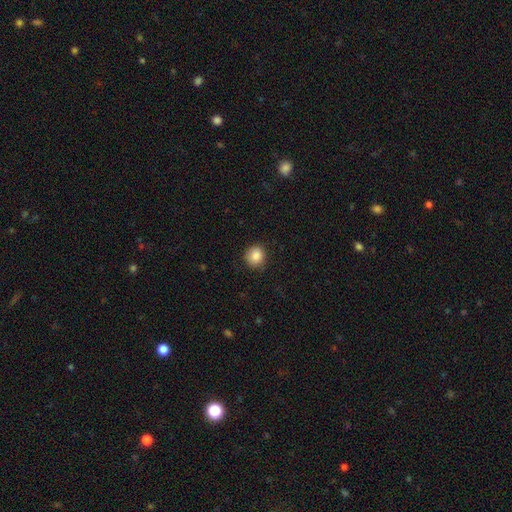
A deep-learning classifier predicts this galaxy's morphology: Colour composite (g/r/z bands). It shows a smooth galaxy with no disk features (87%) that is round (87%). Merging: none (87%).